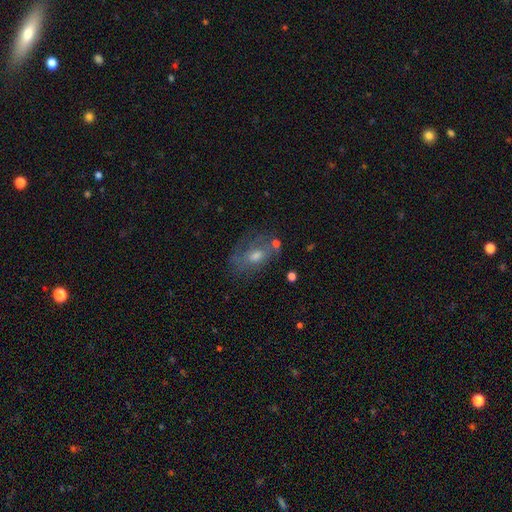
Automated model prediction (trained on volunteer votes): smooth_or_featured: featured or disk (p=0.48) [alt: smooth p=0.38]
merging: none (p=0.57) [alt: minor disturbance p=0.22]